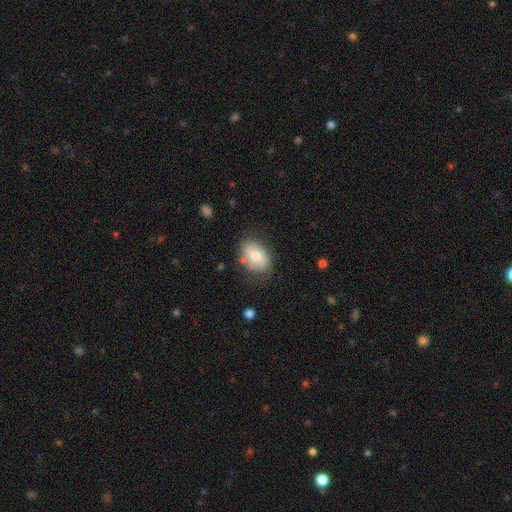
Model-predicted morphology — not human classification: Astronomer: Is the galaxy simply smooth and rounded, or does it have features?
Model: smooth — 72%.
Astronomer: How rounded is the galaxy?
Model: in between — 80%.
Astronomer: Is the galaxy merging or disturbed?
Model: none — 69%.